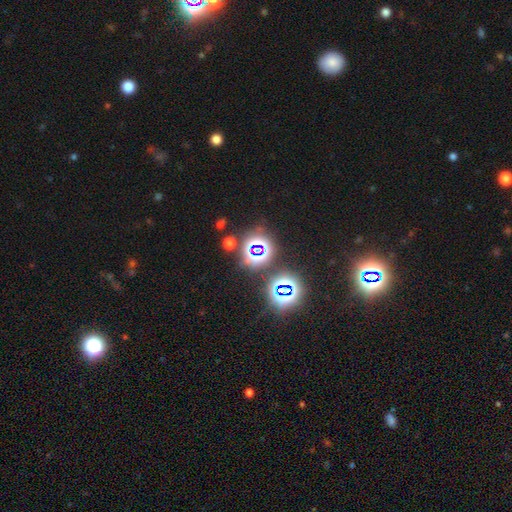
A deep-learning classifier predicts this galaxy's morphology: A star or artifact, not a galaxy (73%).